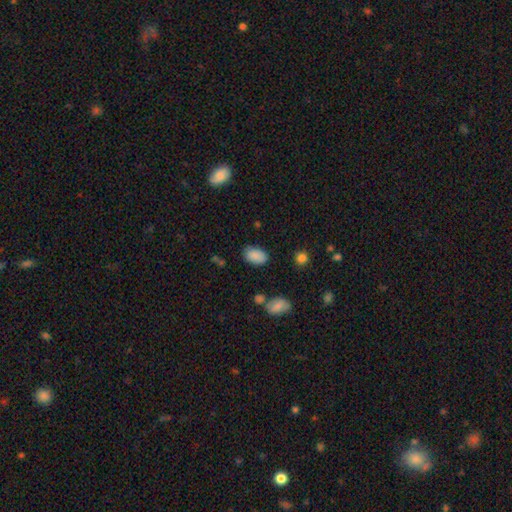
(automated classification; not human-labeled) Morphology: type=smooth (87%); roundness=in between (91%); merging=none (80%).